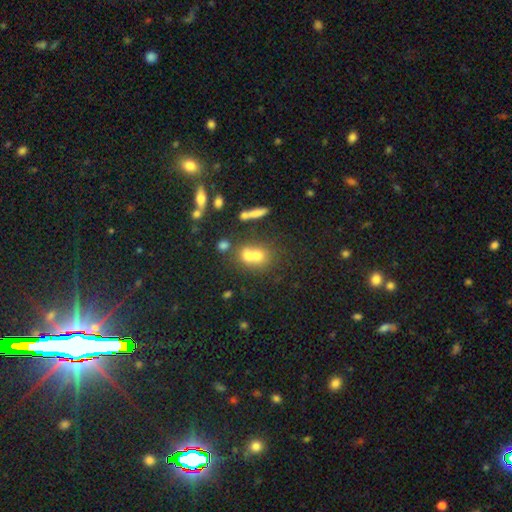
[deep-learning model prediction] Smooth or featured? Predicted: smooth (p=0.62). How rounded? Predicted: round (p=0.66). Merging? Predicted: merger (p=0.60).